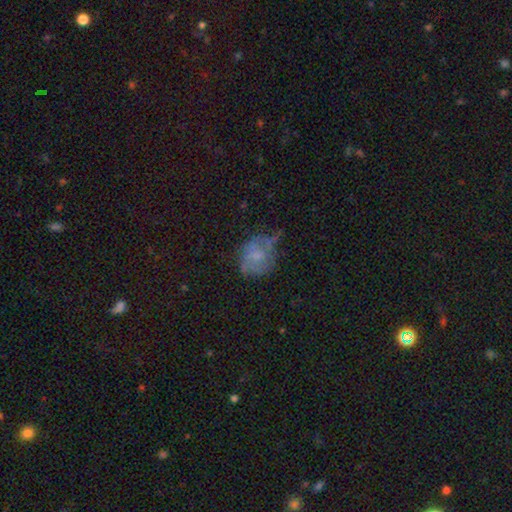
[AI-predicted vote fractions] Smooth or featured: smooth — 48% (featured or disk — 41%)
Merging: none — 41% (minor disturbance — 33%)